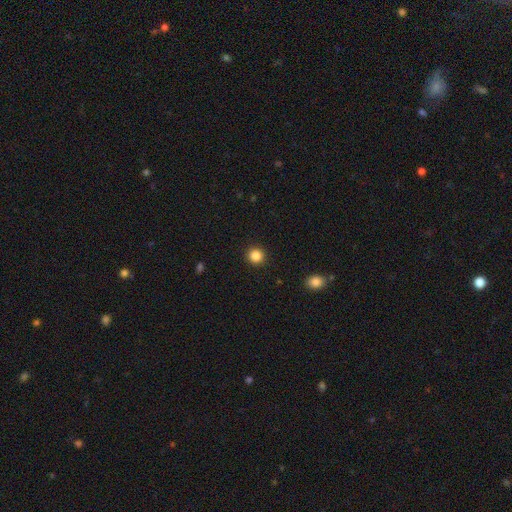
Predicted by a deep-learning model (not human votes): Q: Smooth or featured?
A: smooth (86%); runner-up: star or artifact (11%)
Q: How rounded?
A: round (93%); runner-up: in between (6%)
Q: Merging?
A: none (92%); runner-up: minor disturbance (5%)